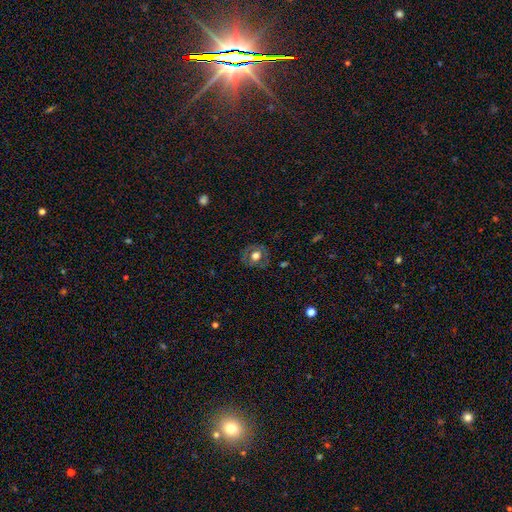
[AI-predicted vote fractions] The model was most divided on "smooth or featured": smooth: 54%, featured or disk: 37%, star or artifact: 10%. More confident: merging — none (79%); how rounded — round (77%).